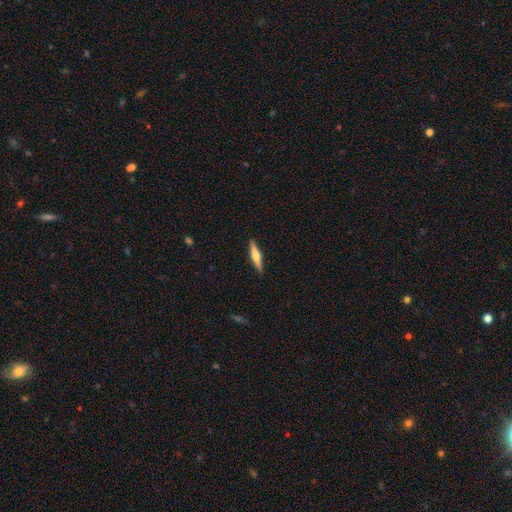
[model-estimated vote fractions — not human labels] A featured or disk galaxy (61%) viewed edge-on (97%) with a rounded central bulge (90%). Merging: none (91%).